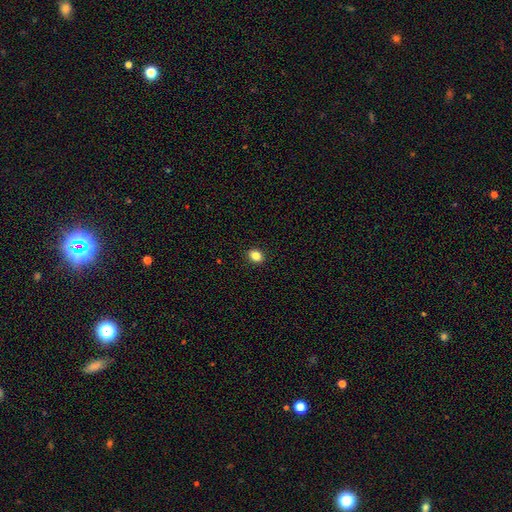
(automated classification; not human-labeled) Overall: smooth (84%). How rounded: in between (52%; round 47%). Merging: none (91%).